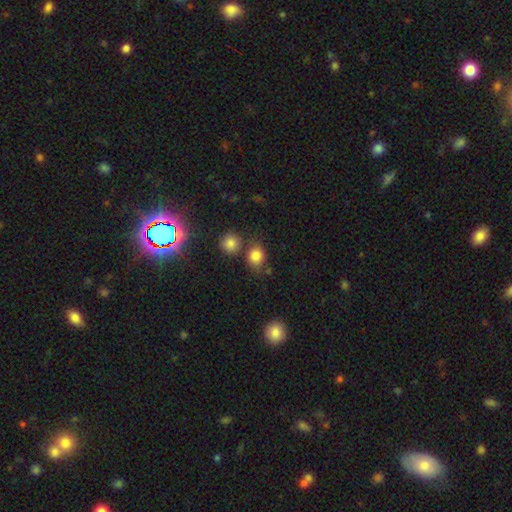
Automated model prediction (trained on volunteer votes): Smooth or featured?
  - smooth: 81% *
  - star or artifact: 13%
  - featured or disk: 6%
How rounded?
  - round: 64% *
  - in between: 35%
  - cigar-shaped: 1%
Merging?
  - none: 62% *
  - merger: 18%
  - minor disturbance: 15%
  - major disturbance: 5%